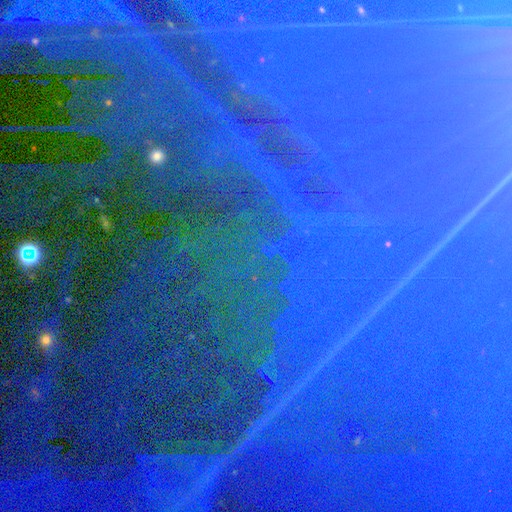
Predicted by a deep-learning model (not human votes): star or artifact 88%, featured or disk 7%, smooth 6%.